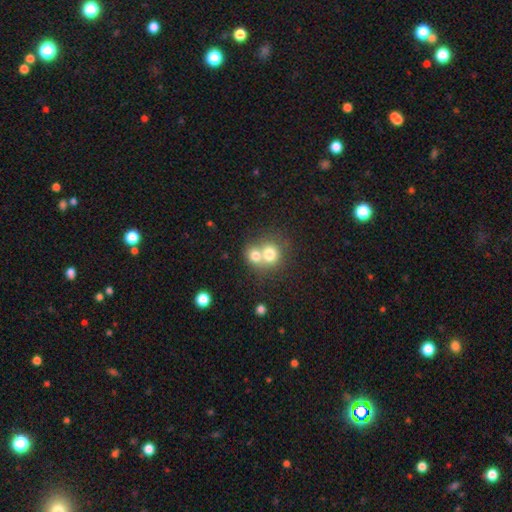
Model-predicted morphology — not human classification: A smooth galaxy with no disk features (73%) that is round (76%). Merging: merger (64%).